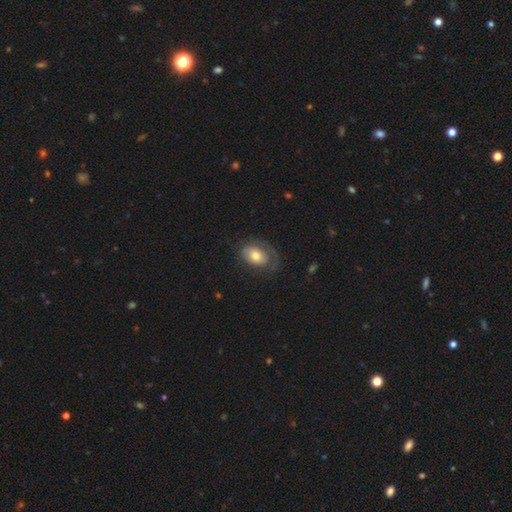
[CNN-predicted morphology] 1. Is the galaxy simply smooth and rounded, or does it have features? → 55% smooth, 38% featured or disk, 7% star or artifact.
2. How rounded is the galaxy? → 79% in between, 20% round, 1% cigar-shaped.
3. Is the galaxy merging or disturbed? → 52% none, 24% minor disturbance, 22% major disturbance, 2% merger.